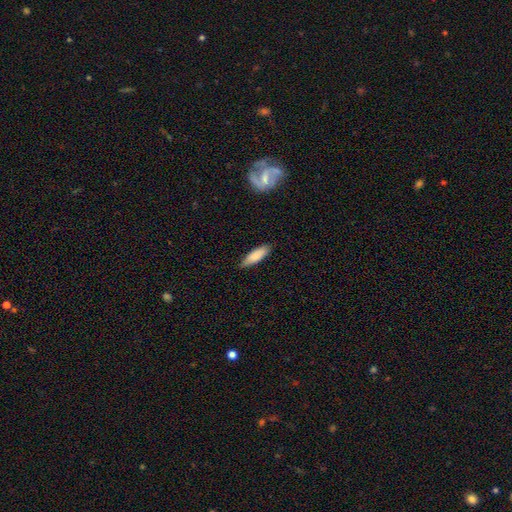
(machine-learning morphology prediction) smooth 84%, featured or disk 10%, star or artifact 6%. Down the decision tree: how rounded — in between (50%); merging — none (80%).